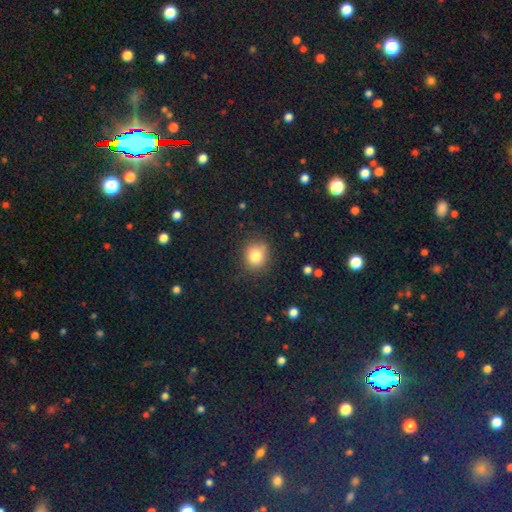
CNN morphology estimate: This appears to be a smooth galaxy with no disk features (80%) that is round (82%). Merging: none (80%).